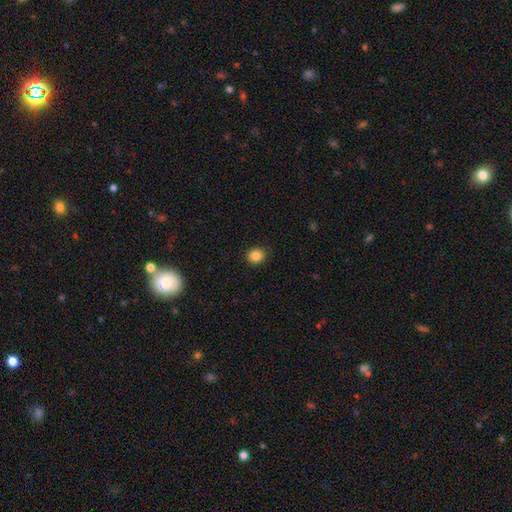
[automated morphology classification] smooth_or_featured: smooth (p=0.86) [alt: star or artifact p=0.10]
how_rounded: round (p=0.79) [alt: in between p=0.20]
merging: none (p=0.89) [alt: minor disturbance p=0.08]